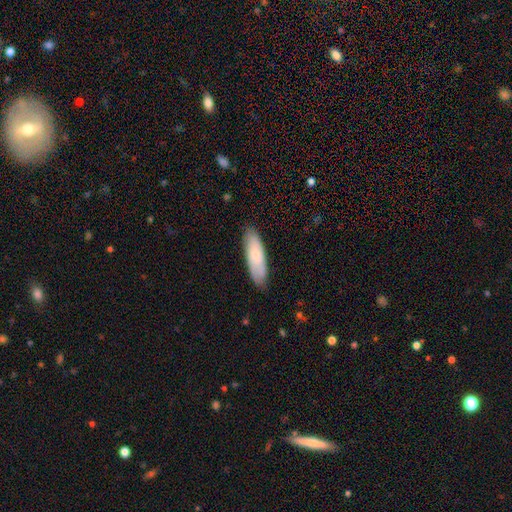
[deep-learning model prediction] Smooth or featured? Predicted: smooth (p=0.69). How rounded? Predicted: cigar-shaped (p=0.52). Merging? Predicted: none (p=0.82).